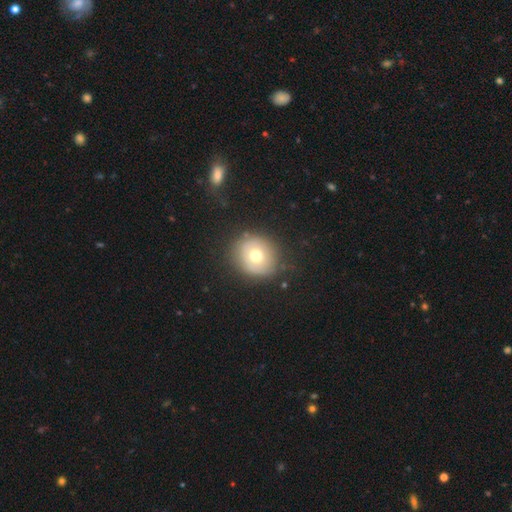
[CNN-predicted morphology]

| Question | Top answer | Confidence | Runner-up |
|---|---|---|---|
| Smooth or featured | smooth | 63% | featured or disk (26%) |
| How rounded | round | 83% | in between (16%) |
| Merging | none | 79% | minor disturbance (14%) |